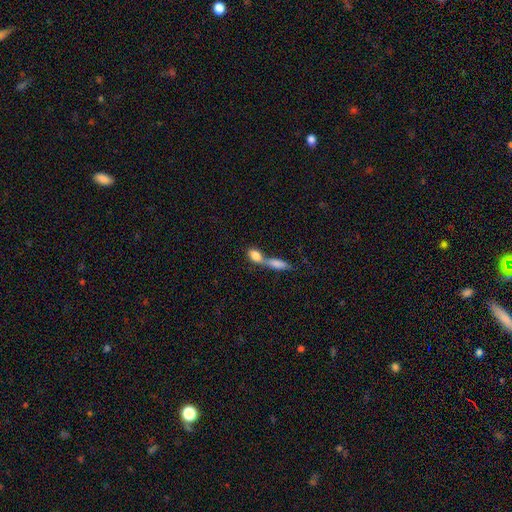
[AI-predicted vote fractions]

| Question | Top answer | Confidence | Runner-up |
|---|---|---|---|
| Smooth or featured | smooth | 78% | featured or disk (14%) |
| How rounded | in between | 75% | cigar-shaped (14%) |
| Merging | merger | 70% | none (20%) |